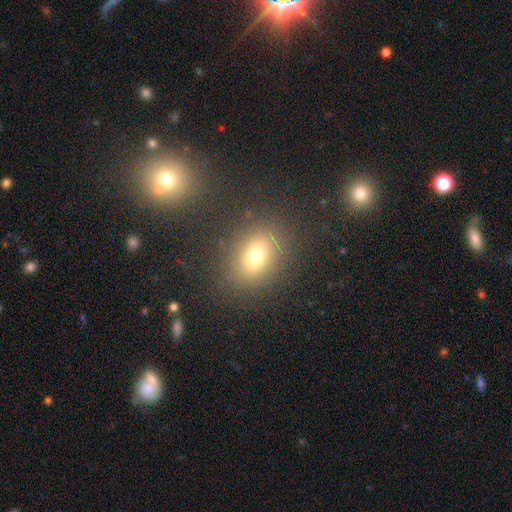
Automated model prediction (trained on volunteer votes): A smooth galaxy with no disk features (74%) that is in between round and cigar-shaped (71%).

Vote fractions:
- Smooth or featured? smooth: 74% / star or artifact: 14% / featured or disk: 12%
- How rounded? in between: 71% / round: 26% / cigar-shaped: 2%
- Merging? none: 83% / minor disturbance: 9% / major disturbance: 4% / merger: 3%